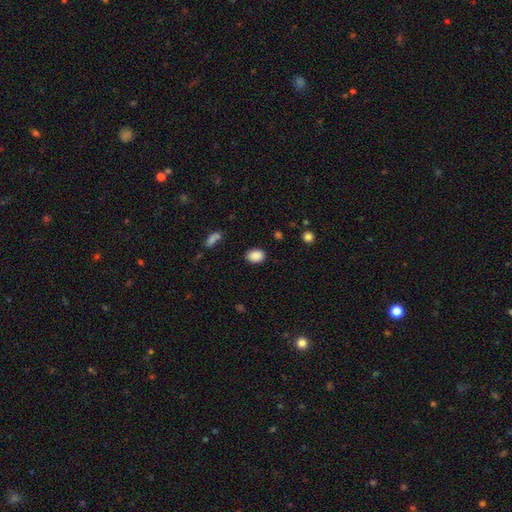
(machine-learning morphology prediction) This is clearly a smooth galaxy (88%). How rounded: likely in between (76%). Merging: clearly none (85%).